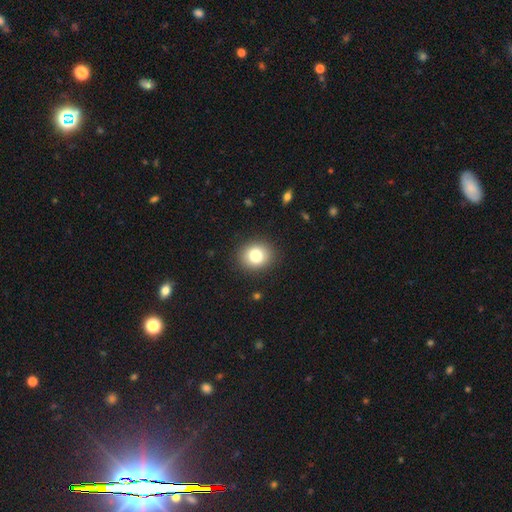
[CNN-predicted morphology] This is clearly a smooth galaxy (81%). How rounded: likely round (73%). Merging: clearly none (90%).